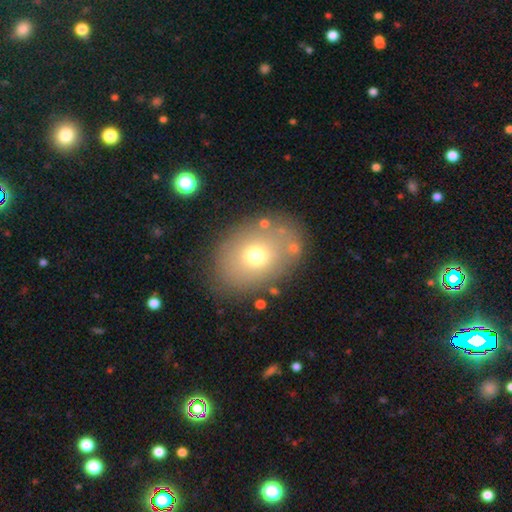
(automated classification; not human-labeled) Morphology: type=smooth (67%); roundness=in between (63%); merging=none (80%).